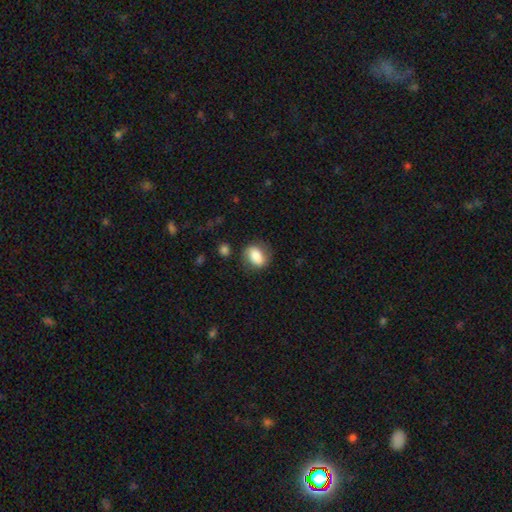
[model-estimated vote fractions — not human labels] Smooth or featured? Predicted: smooth (p=0.73). How rounded? Predicted: in between (p=0.72). Merging? Predicted: none (p=0.73).